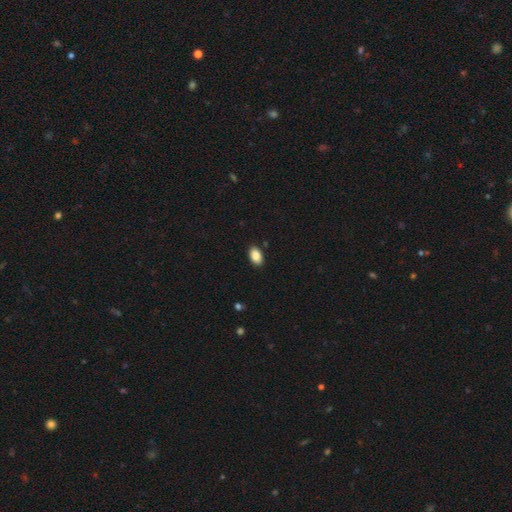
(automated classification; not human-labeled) This is clearly a smooth galaxy (88%). How rounded: clearly in between (92%). Merging: clearly none (89%).